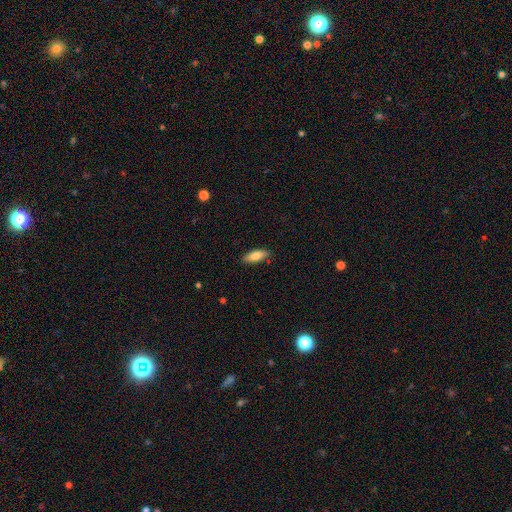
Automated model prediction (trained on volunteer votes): This appears to be a smooth galaxy with no disk features (81%) that is in between round and cigar-shaped (70%). Merging: none (87%).